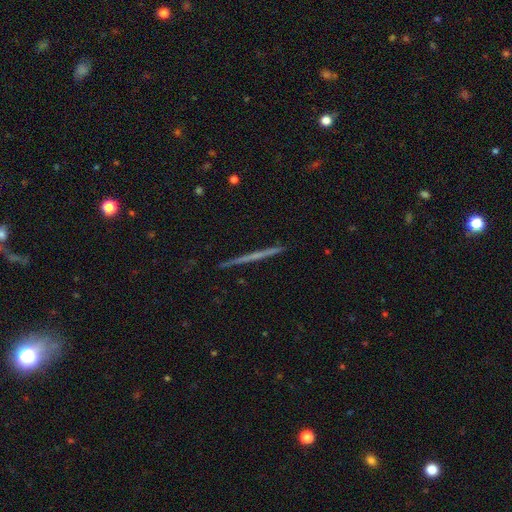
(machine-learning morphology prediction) Q: Smooth or featured?
A: featured or disk (63%); runner-up: smooth (30%)
Q: Edge-on disk?
A: yes (98%); runner-up: no (2%)
Q: Edge-on bulge?
A: none (81%); runner-up: rounded (14%)
Q: Merging?
A: none (92%); runner-up: minor disturbance (5%)